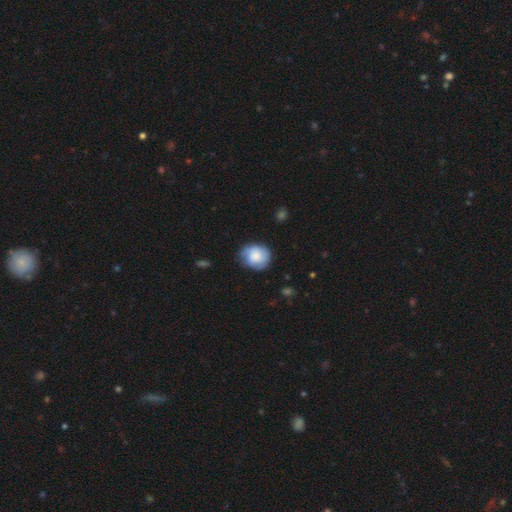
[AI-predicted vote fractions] Smooth or featured? Predicted: smooth (p=0.70). How rounded? Predicted: round (p=0.73). Merging? Predicted: none (p=0.64).